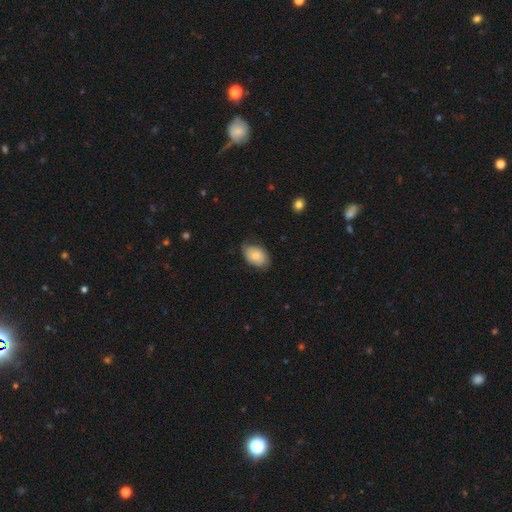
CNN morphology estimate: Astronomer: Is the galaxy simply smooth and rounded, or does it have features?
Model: smooth — 79%.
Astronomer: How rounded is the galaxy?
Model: in between — 88%.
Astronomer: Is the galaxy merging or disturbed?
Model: none — 69%.